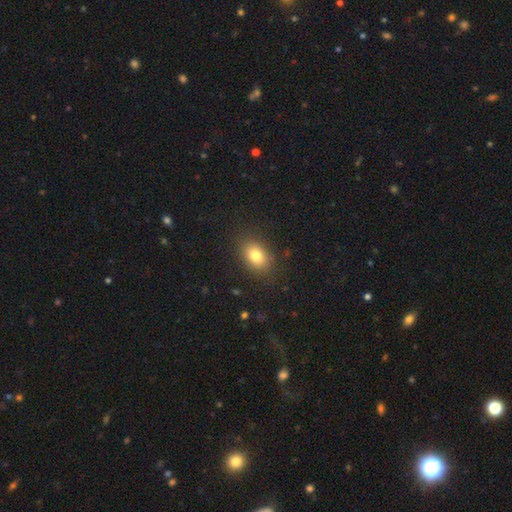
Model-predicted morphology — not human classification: smooth-or-featured: smooth: 80% | star or artifact: 10% | featured or disk: 10%
  how-rounded: in between: 80% | round: 19% | cigar-shaped: 1%
  merging: none: 85% | minor disturbance: 10% | major disturbance: 3% | merger: 1%